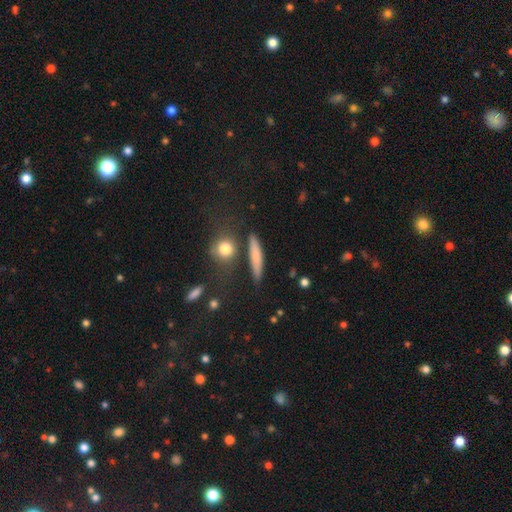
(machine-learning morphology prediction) Overall: smooth (69%). How rounded: cigar-shaped (80%). Merging: none (77%).